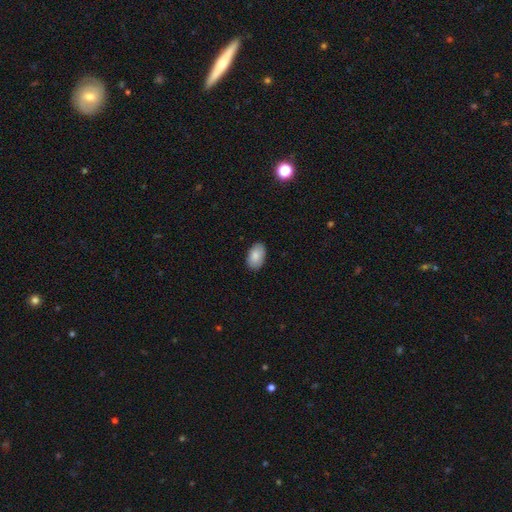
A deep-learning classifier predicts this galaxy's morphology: A smooth galaxy with no disk features (86%) that is in between round and cigar-shaped (94%).

Vote fractions:
- Smooth or featured? smooth: 86% / featured or disk: 7% / star or artifact: 7%
- How rounded? in between: 94% / round: 5% / cigar-shaped: 1%
- Merging? none: 87% / minor disturbance: 10% / major disturbance: 2% / merger: 1%